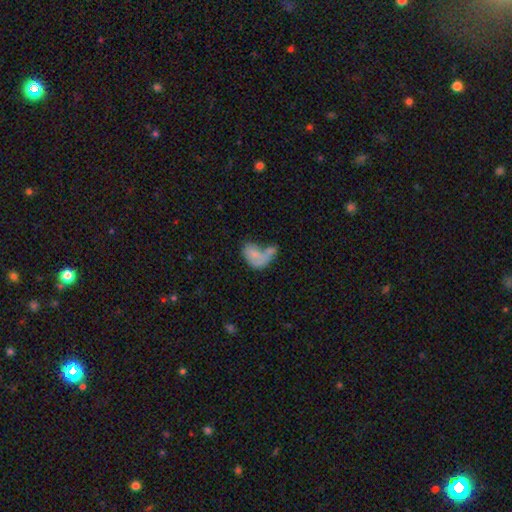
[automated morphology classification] A smooth galaxy with no disk features (64%) that is in between round and cigar-shaped (85%).

Vote fractions:
- Smooth or featured? smooth: 64% / featured or disk: 26% / star or artifact: 9%
- How rounded? in between: 85% / round: 13% / cigar-shaped: 2%
- Merging? merger: 44% / major disturbance: 22% / none: 18% / minor disturbance: 15%